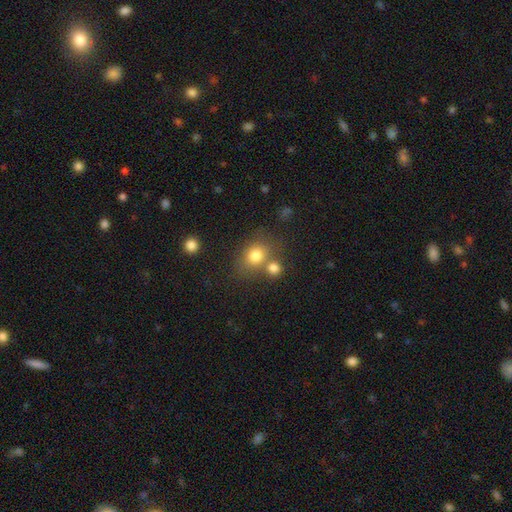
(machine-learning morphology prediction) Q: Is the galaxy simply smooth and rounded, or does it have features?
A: smooth — 78%.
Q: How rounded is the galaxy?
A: round — 56%.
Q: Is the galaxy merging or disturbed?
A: none — 55%.